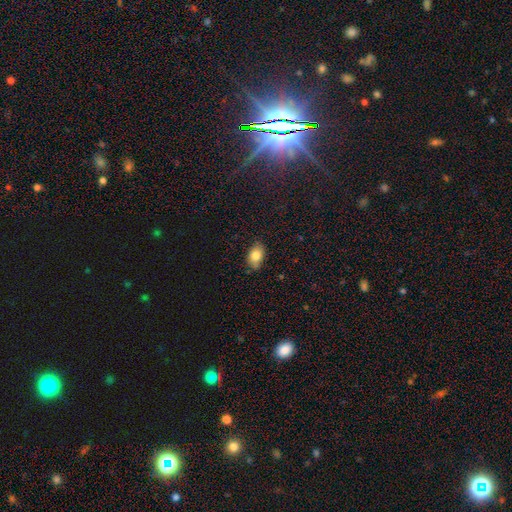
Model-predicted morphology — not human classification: Overall: smooth (81%). How rounded: in between (85%). Merging: none (82%).